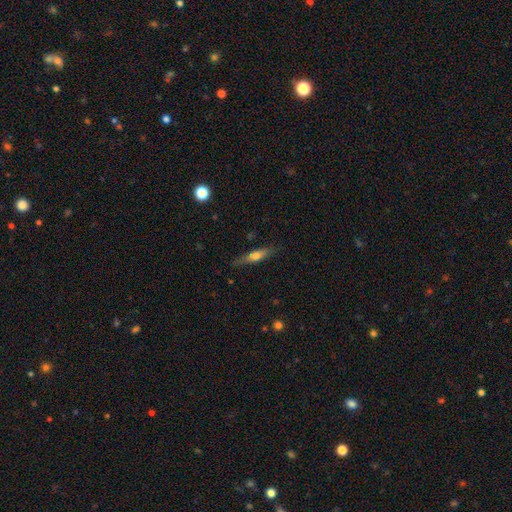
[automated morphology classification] This is possibly a smooth galaxy (50%). How rounded: clearly cigar-shaped (81%). Merging: clearly none (82%).